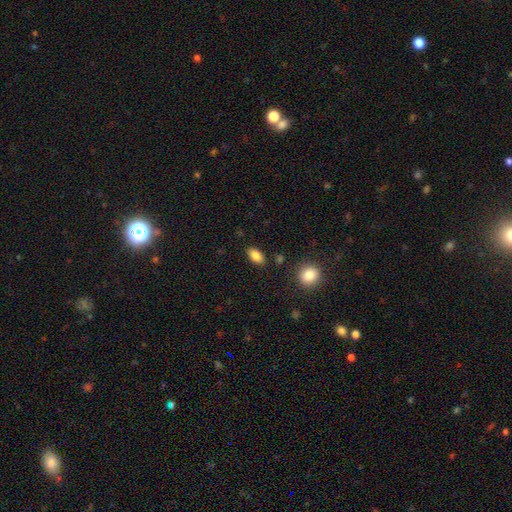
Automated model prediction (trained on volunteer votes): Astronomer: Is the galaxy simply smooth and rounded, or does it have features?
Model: smooth — 86%.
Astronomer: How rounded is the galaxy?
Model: in between — 90%.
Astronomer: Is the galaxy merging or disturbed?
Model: none — 85%.